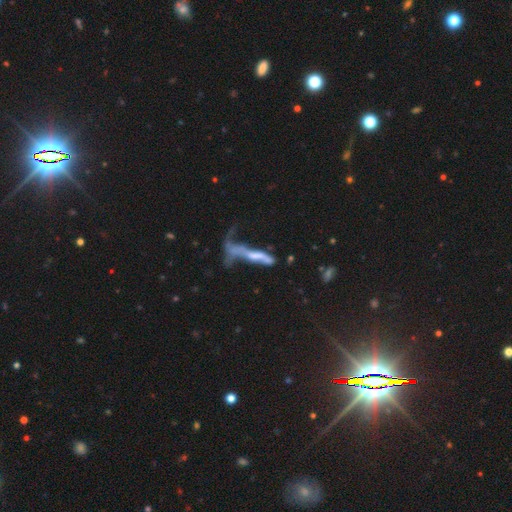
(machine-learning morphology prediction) Smooth or featured?
  - featured or disk: 54% *
  - smooth: 33%
  - star or artifact: 13%
Edge-on disk?
  - no: 54% *
  - yes: 46%
Merging?
  - major disturbance: 43% *
  - merger: 26%
  - none: 18%
  - minor disturbance: 13%